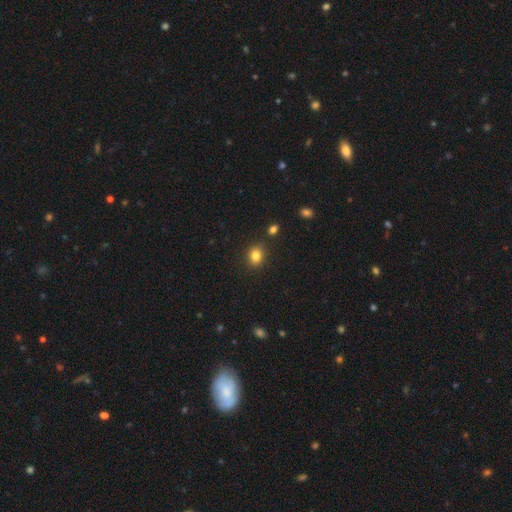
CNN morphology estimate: This appears to be a smooth galaxy with no disk features (84%) that is round (56%). Merging: none (84%).